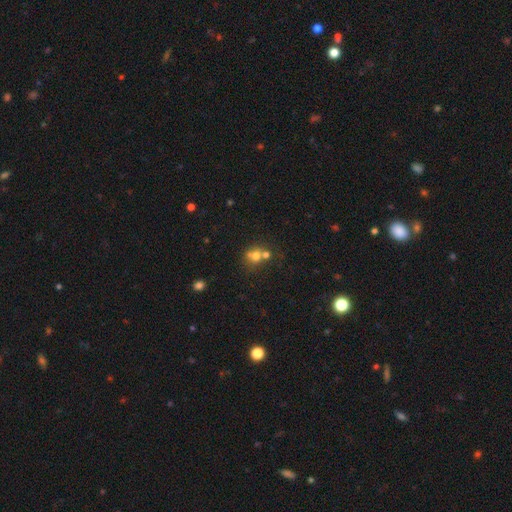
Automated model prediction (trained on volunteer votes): smooth-or-featured: smooth: 67% | featured or disk: 18% | star or artifact: 16%
  how-rounded: round: 75% | in between: 24% | cigar-shaped: 1%
  merging: merger: 53% | none: 35% | minor disturbance: 8% | major disturbance: 4%